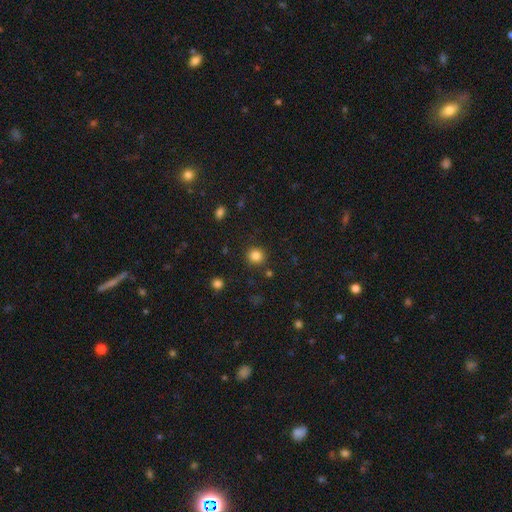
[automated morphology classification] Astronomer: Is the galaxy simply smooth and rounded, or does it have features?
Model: smooth — 84%.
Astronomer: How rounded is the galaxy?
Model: round — 91%.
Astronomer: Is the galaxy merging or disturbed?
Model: none — 89%.